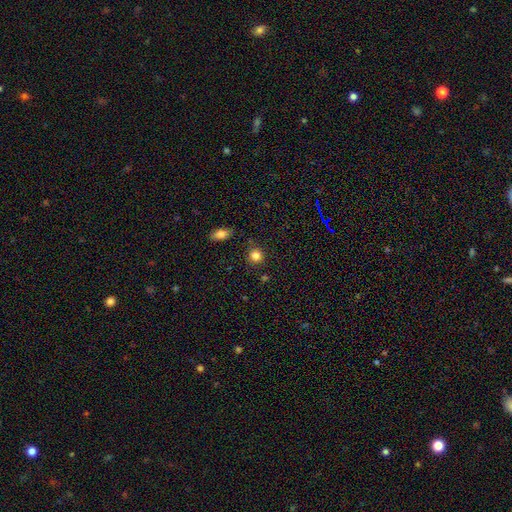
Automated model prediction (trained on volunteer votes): This is clearly a smooth galaxy (83%). How rounded: clearly round (88%). Merging: clearly none (82%).